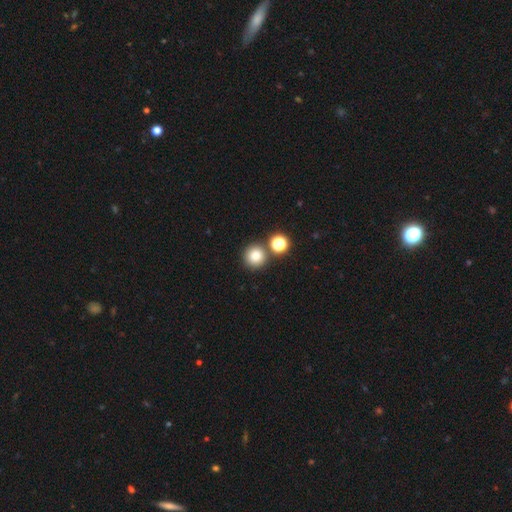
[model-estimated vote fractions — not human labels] This appears to be a smooth galaxy with no disk features (80%) that is round (94%). Merging: none (77%).